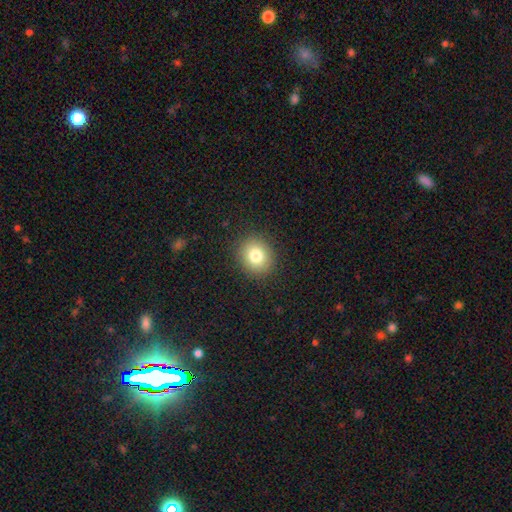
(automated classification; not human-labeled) A smooth galaxy with no disk features (80%) that is round (76%). Merging: none (90%).